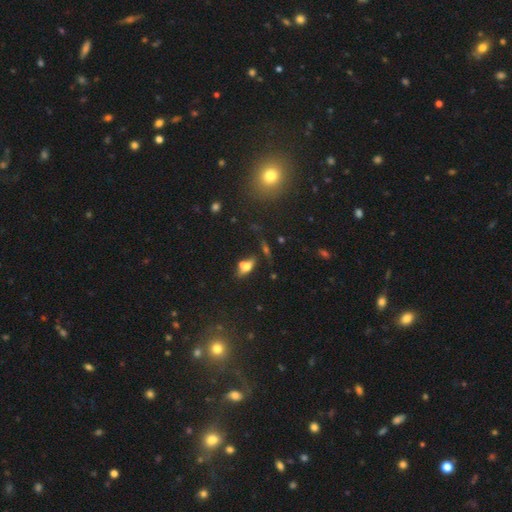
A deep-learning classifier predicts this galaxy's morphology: A smooth galaxy with no disk features (50%).

Vote fractions:
- Smooth or featured? smooth: 50% / star or artifact: 42% / featured or disk: 8%
- Merging? none: 87% / minor disturbance: 7% / major disturbance: 3% / merger: 3%